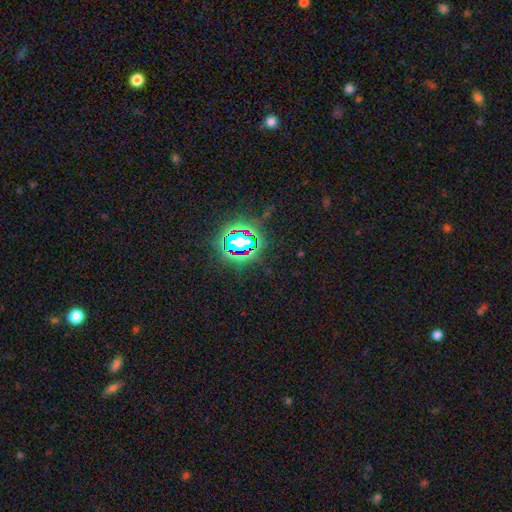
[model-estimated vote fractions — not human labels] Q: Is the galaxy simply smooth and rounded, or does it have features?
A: star or artifact — 80%.